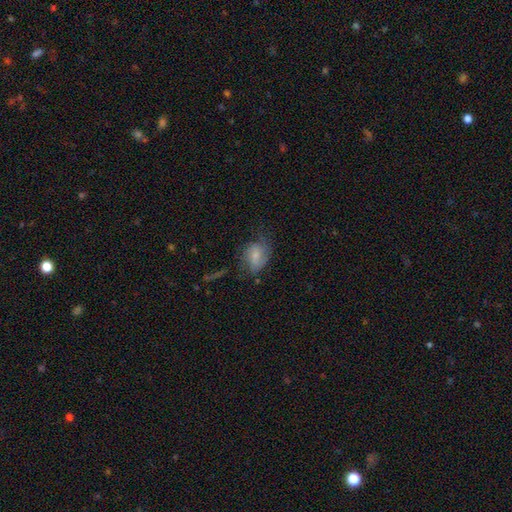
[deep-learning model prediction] Morphology: type=smooth (52%); roundness=in between (73%); merging=none (47%).